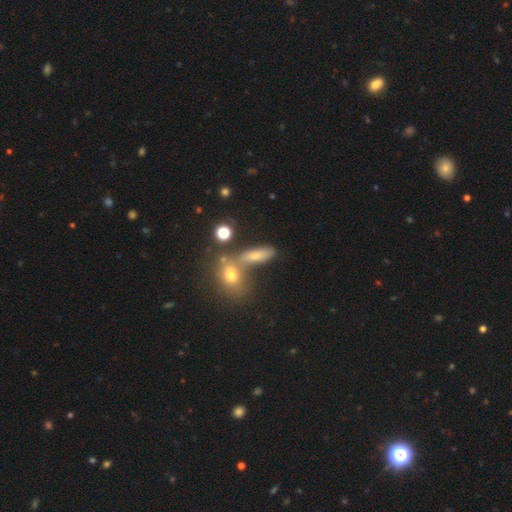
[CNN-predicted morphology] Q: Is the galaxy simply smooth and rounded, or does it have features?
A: smooth — 63%.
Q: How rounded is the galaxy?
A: in between — 53%.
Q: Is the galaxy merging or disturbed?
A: none — 49%.